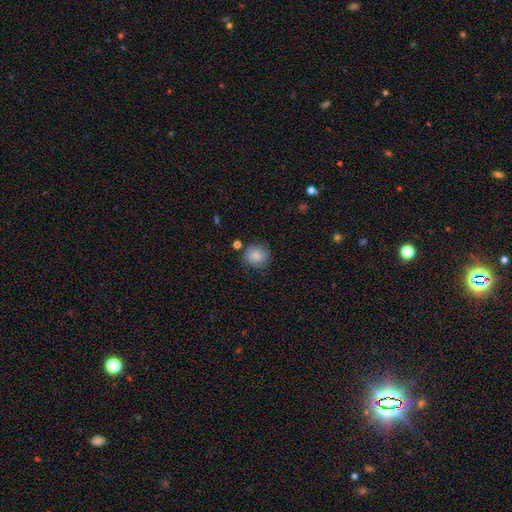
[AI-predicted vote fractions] The model was most divided on "merging": none: 73%, minor disturbance: 18%, major disturbance: 5%, merger: 4%. More confident: how rounded — round (86%); smooth or featured — smooth (81%).